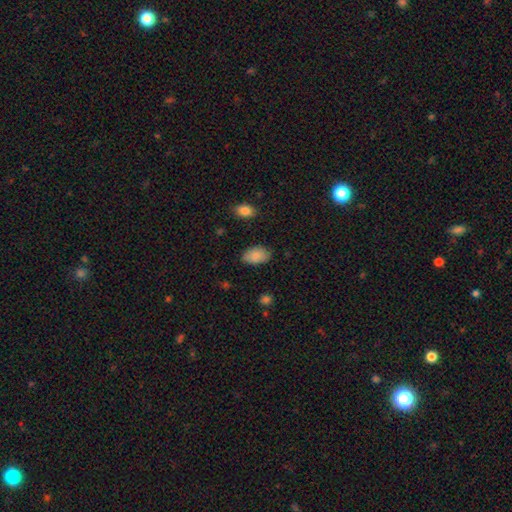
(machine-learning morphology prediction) This appears to be a smooth galaxy with no disk features (86%) that is in between round and cigar-shaped (92%). Merging: none (80%).